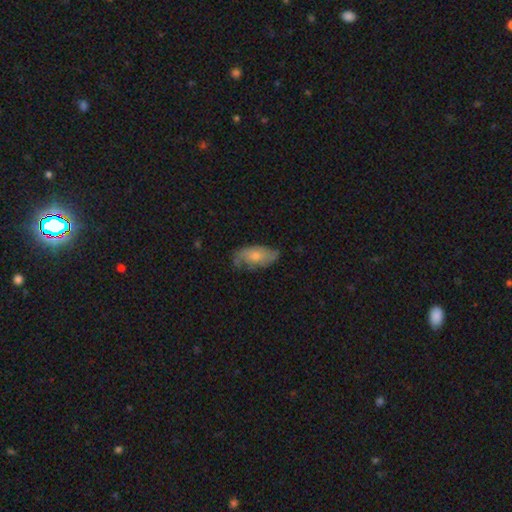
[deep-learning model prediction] Smooth or featured: featured or disk — 49% (smooth — 44%)
Merging: none — 58% (minor disturbance — 29%)